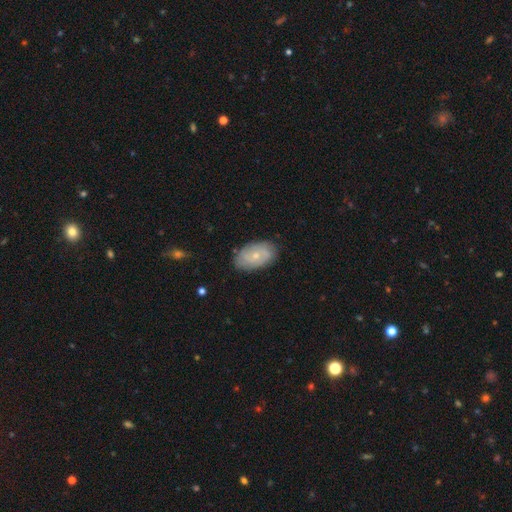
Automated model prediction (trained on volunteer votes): Smooth or featured? featured or disk (55%)
Edge-on disk? no (94%)
Bar? no (78%)
Spiral arms? yes (74%)
Bulge size? small (65%)
Merging? none (80%)